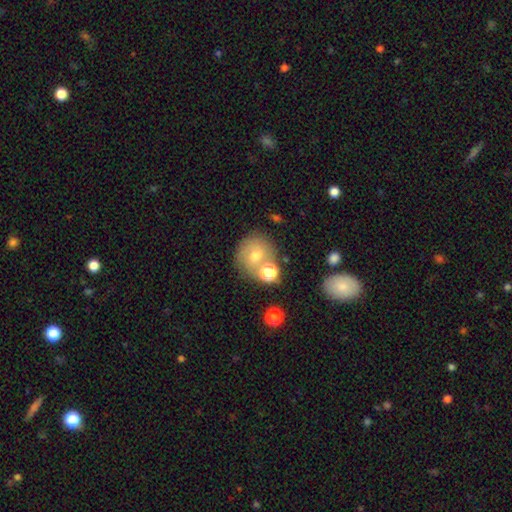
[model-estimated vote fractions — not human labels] smooth-or-featured: smooth: 66% | featured or disk: 20% | star or artifact: 14%
  how-rounded: round: 83% | in between: 16% | cigar-shaped: 1%
  merging: none: 59% | merger: 23% | minor disturbance: 12% | major disturbance: 5%